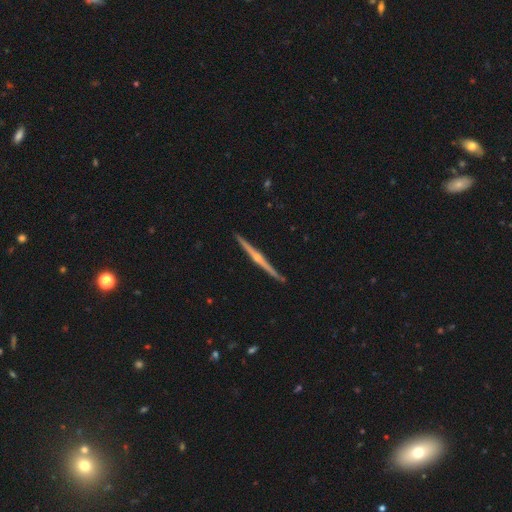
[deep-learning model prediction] A featured or disk galaxy (74%) viewed edge-on (97%) with a rounded central bulge (69%). Merging: none (89%).